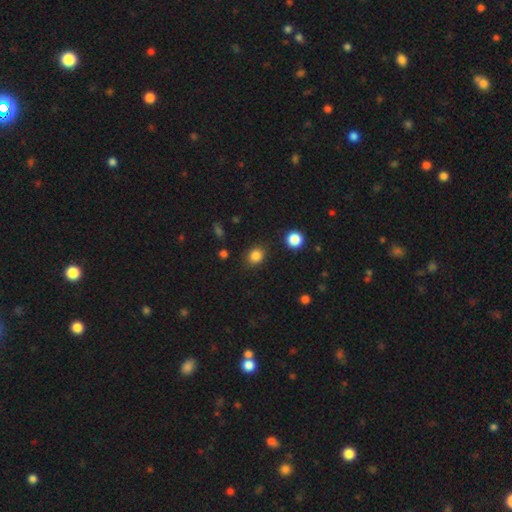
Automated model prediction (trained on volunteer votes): This is clearly a smooth galaxy (84%). How rounded: likely round (61%). Merging: clearly none (84%).